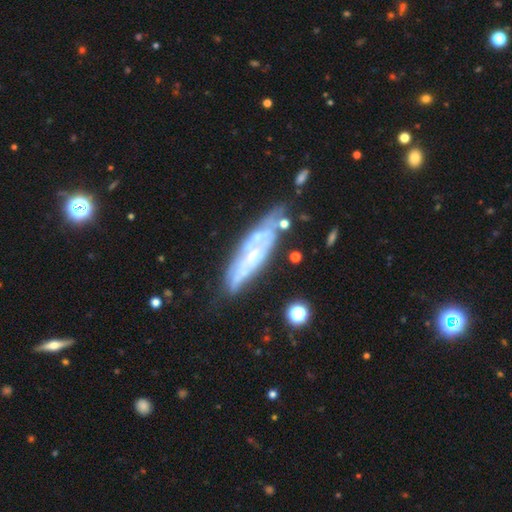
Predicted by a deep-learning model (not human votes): featured or disk 67%, smooth 24%, star or artifact 9%. Down the decision tree: edge-on disk — no (61%); merging — none (56%).